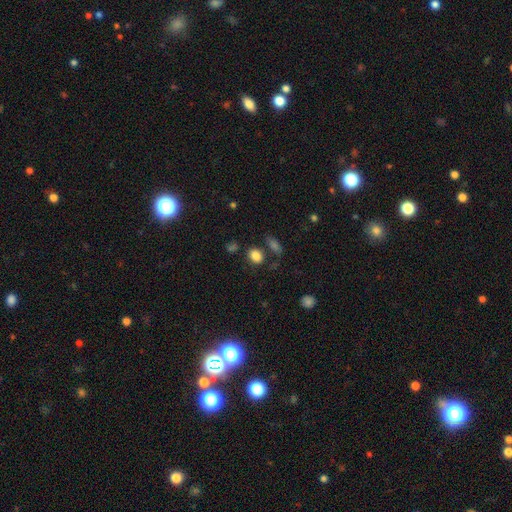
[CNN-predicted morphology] type=smooth (84%); roundness=in between (67%); merging=none (72%).